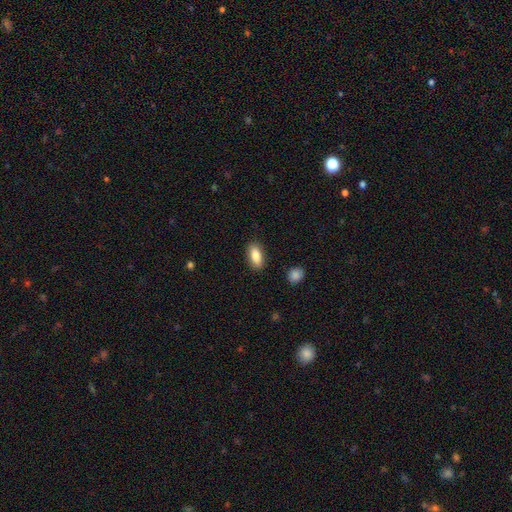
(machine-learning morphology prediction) Q: Smooth or featured?
A: smooth (86%); runner-up: featured or disk (8%)
Q: How rounded?
A: in between (86%); runner-up: cigar-shaped (11%)
Q: Merging?
A: none (87%); runner-up: minor disturbance (9%)